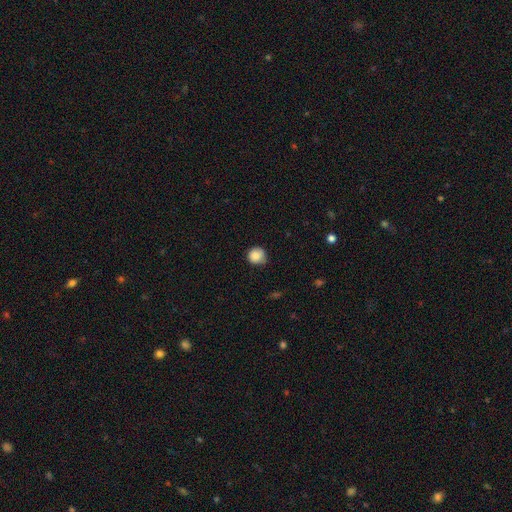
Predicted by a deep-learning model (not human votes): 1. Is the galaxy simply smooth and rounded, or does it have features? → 86% smooth, 9% star or artifact, 6% featured or disk.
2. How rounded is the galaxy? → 91% round, 8% in between, 1% cigar-shaped.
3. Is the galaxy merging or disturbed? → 67% none, 27% minor disturbance, 5% major disturbance, 2% merger.